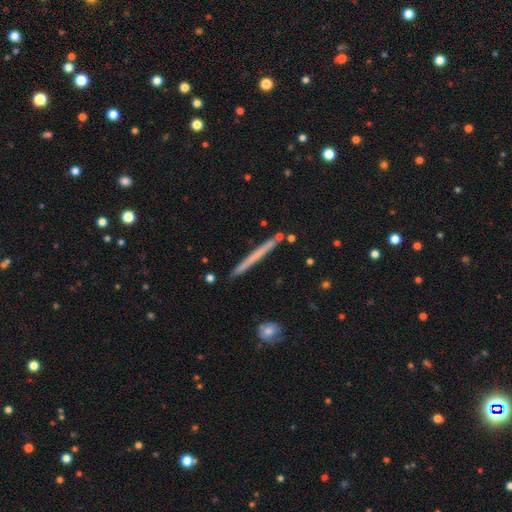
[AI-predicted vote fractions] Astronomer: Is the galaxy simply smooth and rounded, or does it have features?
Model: smooth — 52% (runner-up: featured or disk, 42%).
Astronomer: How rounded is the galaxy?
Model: cigar-shaped — 97%.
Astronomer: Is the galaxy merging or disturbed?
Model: none — 90%.